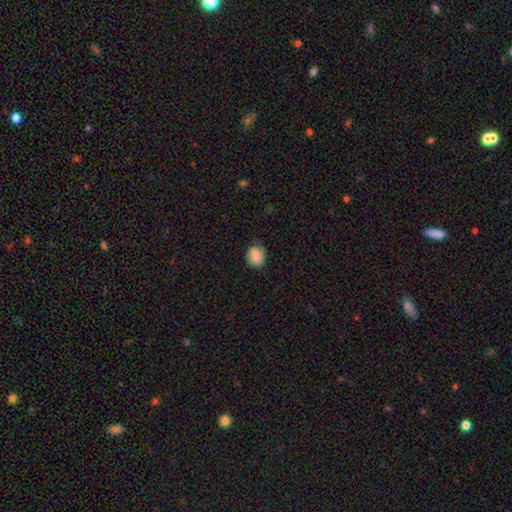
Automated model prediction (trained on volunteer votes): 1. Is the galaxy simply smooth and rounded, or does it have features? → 76% smooth, 15% featured or disk, 8% star or artifact.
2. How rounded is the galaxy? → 60% round, 39% in between, 1% cigar-shaped.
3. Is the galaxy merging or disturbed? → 78% none, 17% minor disturbance, 4% major disturbance, 1% merger.